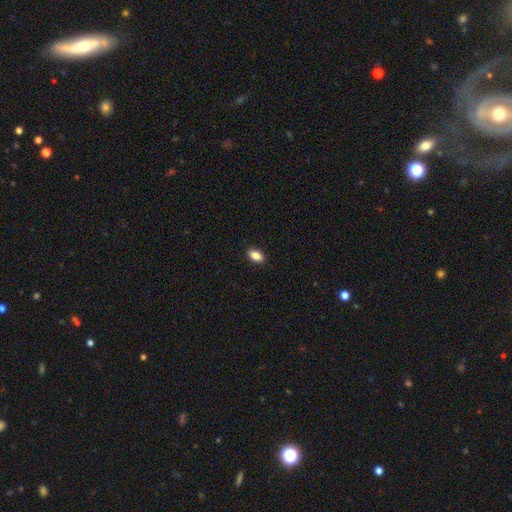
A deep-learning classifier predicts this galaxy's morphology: Smooth or featured: smooth — 87% (star or artifact — 8%)
How rounded: in between — 90% (round — 7%)
Merging: none — 90% (minor disturbance — 7%)